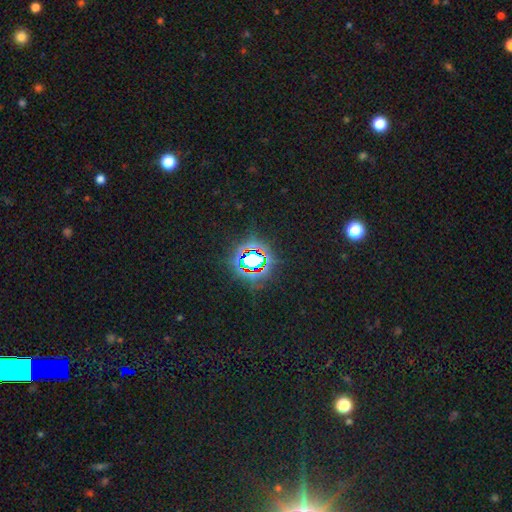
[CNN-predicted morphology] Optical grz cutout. It shows a star or artifact, not a galaxy (76%).